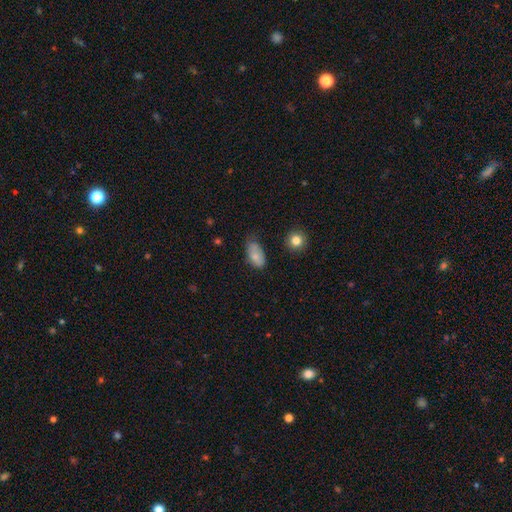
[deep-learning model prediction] Smooth or featured: smooth — 78% (featured or disk — 14%)
How rounded: in between — 91% (round — 6%)
Merging: none — 46% (minor disturbance — 39%)